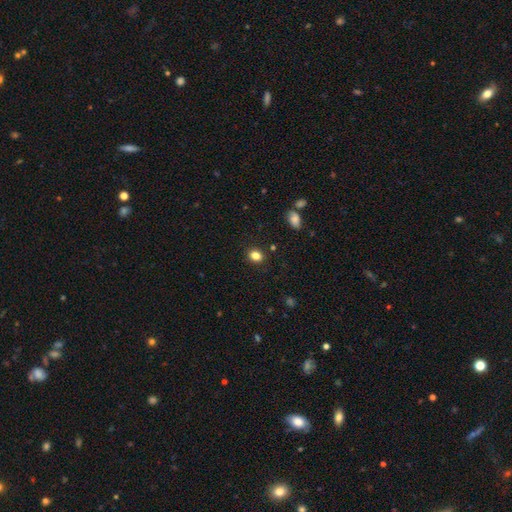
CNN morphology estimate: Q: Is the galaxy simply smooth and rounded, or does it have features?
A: smooth — 83%.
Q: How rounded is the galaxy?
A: in between — 52%.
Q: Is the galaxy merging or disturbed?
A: none — 88%.